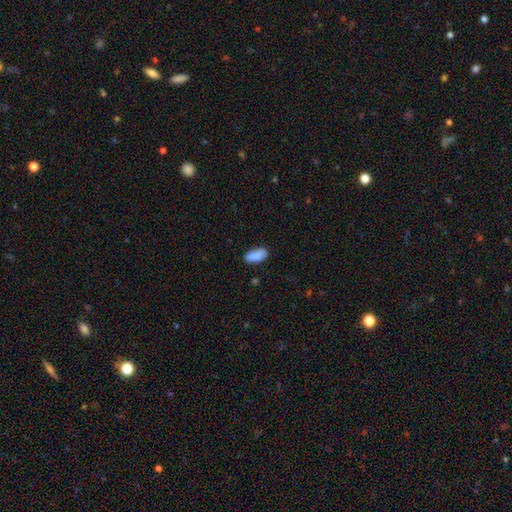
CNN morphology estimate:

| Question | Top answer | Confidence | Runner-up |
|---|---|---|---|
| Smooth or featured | smooth | 86% | star or artifact (7%) |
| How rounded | in between | 89% | cigar-shaped (9%) |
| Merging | none | 78% | minor disturbance (16%) |